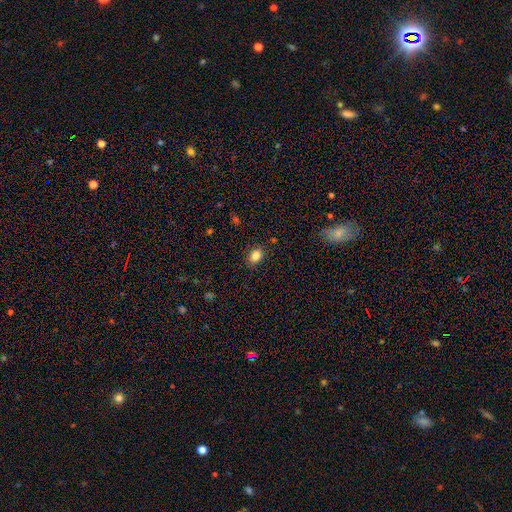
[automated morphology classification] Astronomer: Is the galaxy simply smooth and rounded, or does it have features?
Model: smooth — 84%.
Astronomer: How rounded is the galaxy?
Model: in between — 72%.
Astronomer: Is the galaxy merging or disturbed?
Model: none — 86%.